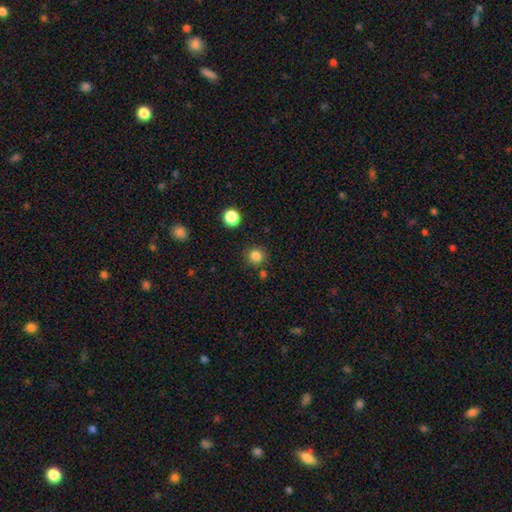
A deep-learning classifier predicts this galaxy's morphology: Smooth or featured: smooth — 83% (star or artifact — 12%)
How rounded: round — 93% (in between — 6%)
Merging: none — 85% (minor disturbance — 8%)